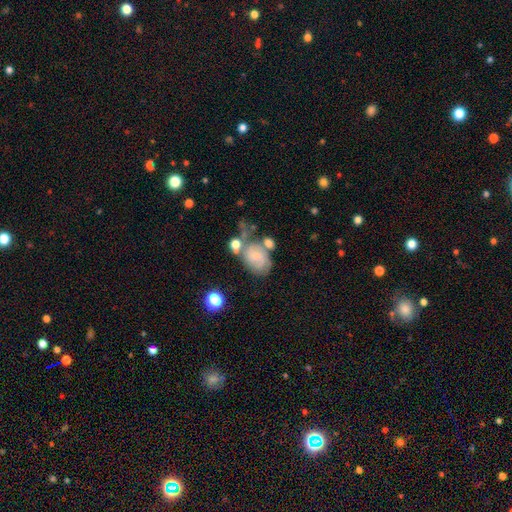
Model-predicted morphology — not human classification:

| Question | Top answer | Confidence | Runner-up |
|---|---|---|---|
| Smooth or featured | featured or disk | 57% | smooth (33%) |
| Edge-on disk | no | 97% | yes (3%) |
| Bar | no | 70% | weak (26%) |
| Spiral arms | yes | 81% | no (19%) |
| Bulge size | small | 65% | moderate (22%) |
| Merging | none | 35% | merger (26%) |